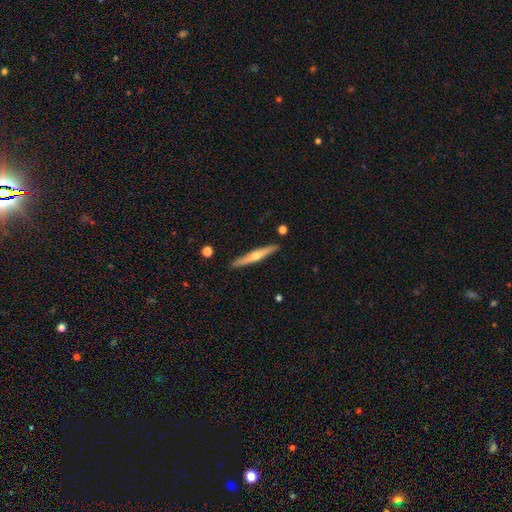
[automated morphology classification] This appears to be a featured or disk galaxy (62%) viewed edge-on (97%) with a rounded central bulge (84%). Merging: none (91%).